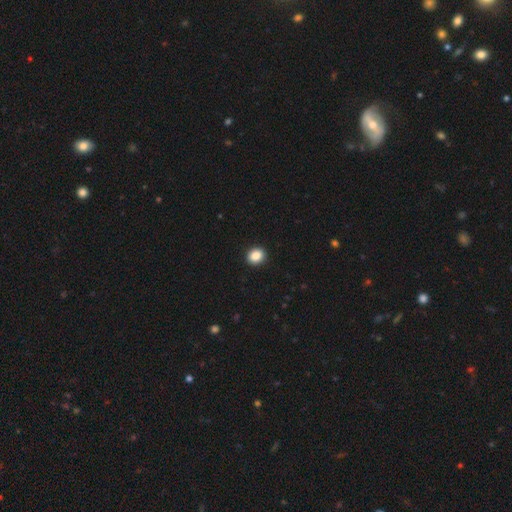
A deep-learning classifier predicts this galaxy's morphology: The model was most divided on "how rounded": round: 70%, in between: 29%, cigar-shaped: 1%. More confident: merging — none (93%); smooth or featured — smooth (88%).